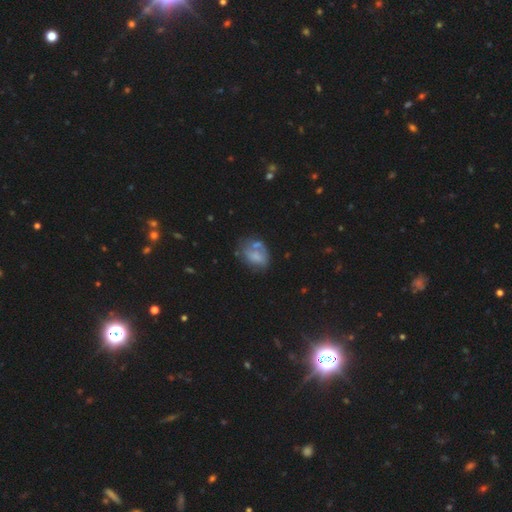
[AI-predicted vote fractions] Q: Smooth or featured?
A: smooth (53%); runner-up: featured or disk (38%)
Q: How rounded?
A: in between (69%); runner-up: round (30%)
Q: Merging?
A: none (37%); runner-up: minor disturbance (26%)